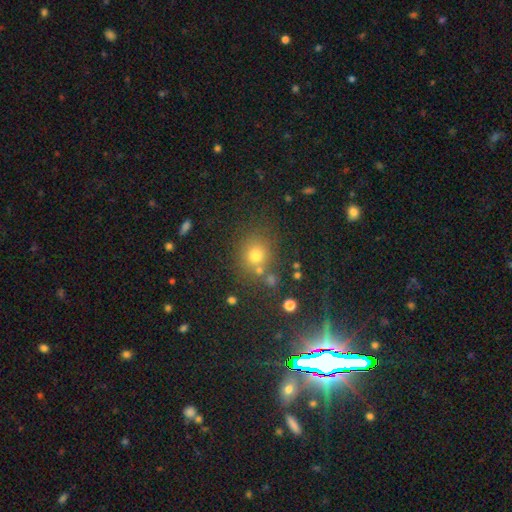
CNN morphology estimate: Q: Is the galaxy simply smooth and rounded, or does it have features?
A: smooth — 70%.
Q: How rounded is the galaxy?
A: round — 83%.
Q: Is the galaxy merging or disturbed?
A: none — 73%.